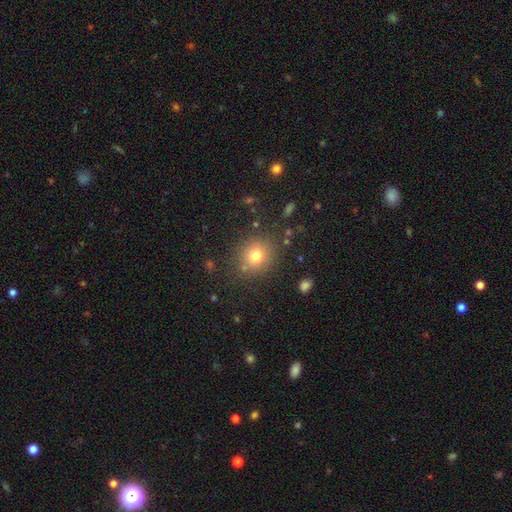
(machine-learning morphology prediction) A smooth galaxy with no disk features (75%) that is round (82%).

Vote fractions:
- Smooth or featured? smooth: 75% / star or artifact: 15% / featured or disk: 10%
- How rounded? round: 82% / in between: 17% / cigar-shaped: 1%
- Merging? none: 82% / minor disturbance: 10% / major disturbance: 4% / merger: 4%